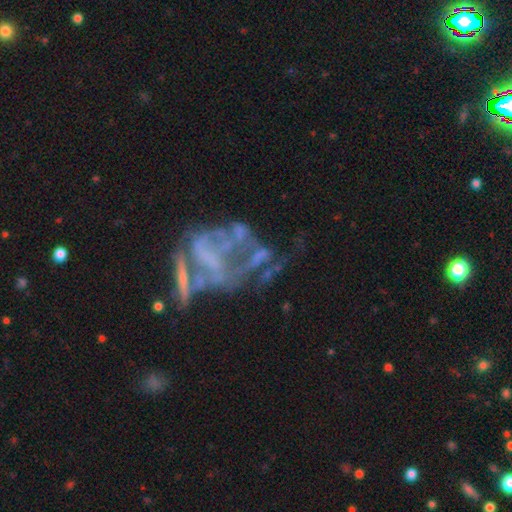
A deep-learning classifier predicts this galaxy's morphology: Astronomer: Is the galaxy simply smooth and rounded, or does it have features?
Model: featured or disk — 63%.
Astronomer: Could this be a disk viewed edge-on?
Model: no — 96%.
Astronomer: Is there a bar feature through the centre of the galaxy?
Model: no — 77%.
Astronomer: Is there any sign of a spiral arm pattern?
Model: no — 73%.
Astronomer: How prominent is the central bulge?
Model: none — 71%.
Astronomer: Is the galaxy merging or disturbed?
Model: major disturbance — 36% (runner-up: merger, 31%).